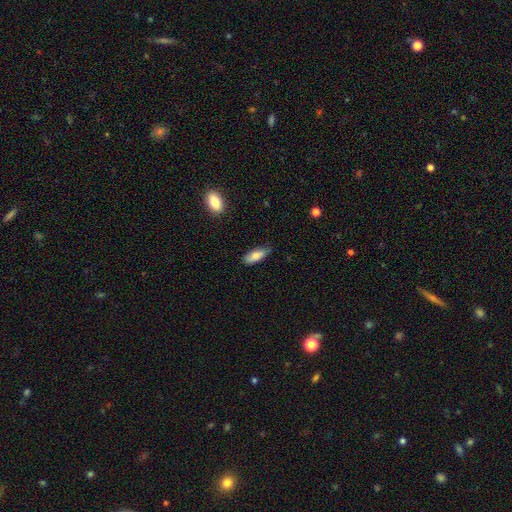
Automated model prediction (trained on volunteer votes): Q: Smooth or featured?
A: smooth (79%); runner-up: featured or disk (15%)
Q: How rounded?
A: in between (63%); runner-up: cigar-shaped (35%)
Q: Merging?
A: none (71%); runner-up: minor disturbance (24%)